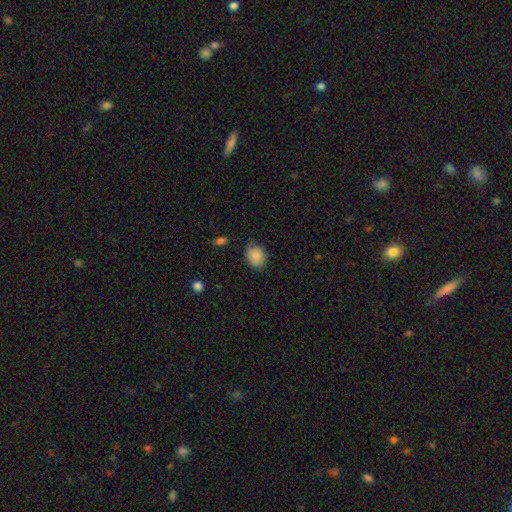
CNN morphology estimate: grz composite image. It shows a smooth galaxy with no disk features (88%) that is round (54%). Merging: none (78%).